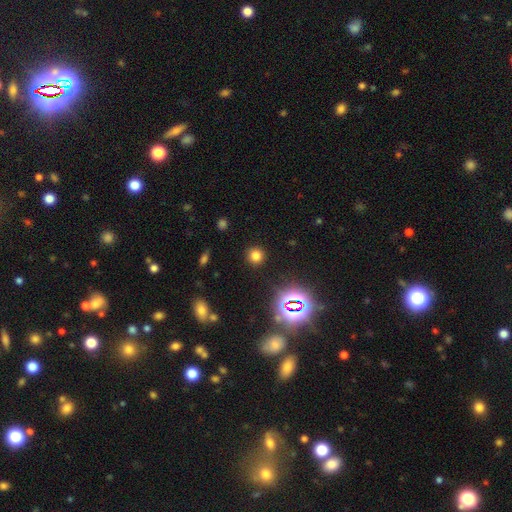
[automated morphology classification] smooth_or_featured: smooth (p=0.73) [alt: star or artifact p=0.21]
how_rounded: round (p=0.92) [alt: in between p=0.07]
merging: none (p=0.90) [alt: minor disturbance p=0.06]